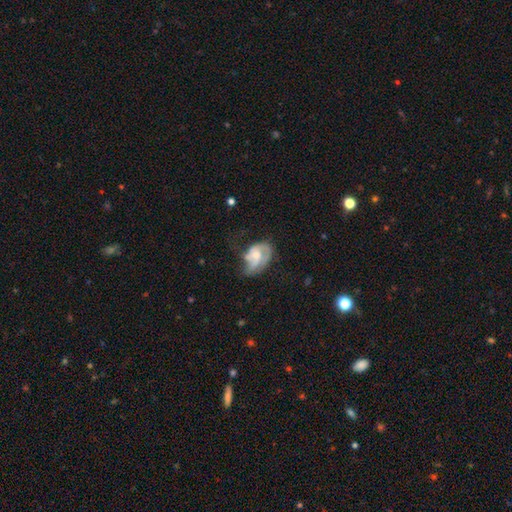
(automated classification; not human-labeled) A featured or disk galaxy (57%) with no bar (66%), spiral arms (71%) and a moderate central bulge (53%). Merging: minor disturbance (33%).